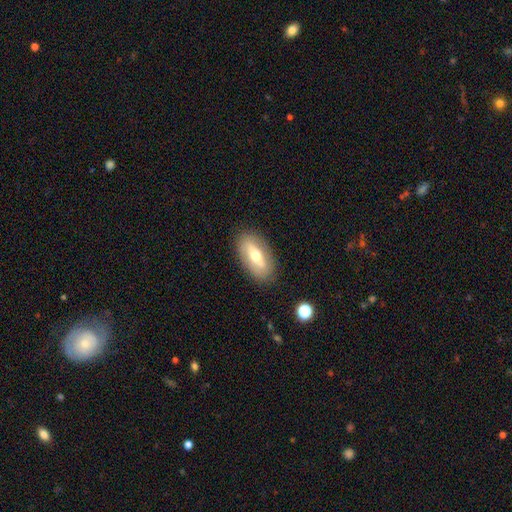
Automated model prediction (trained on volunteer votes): Smooth or featured? smooth (47%)
Merging? none (86%)